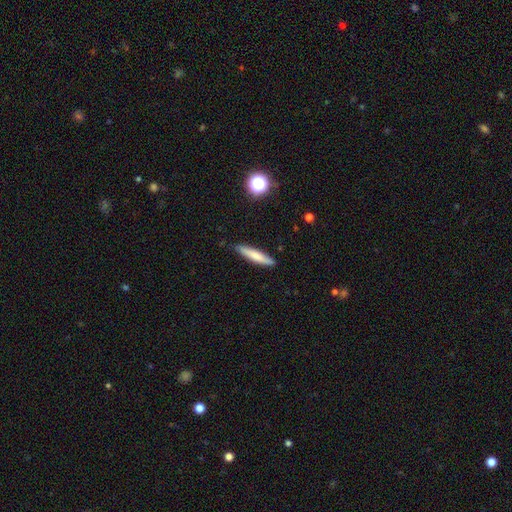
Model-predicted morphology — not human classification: Smooth or featured? smooth (69%)
How rounded? cigar-shaped (89%)
Merging? none (87%)